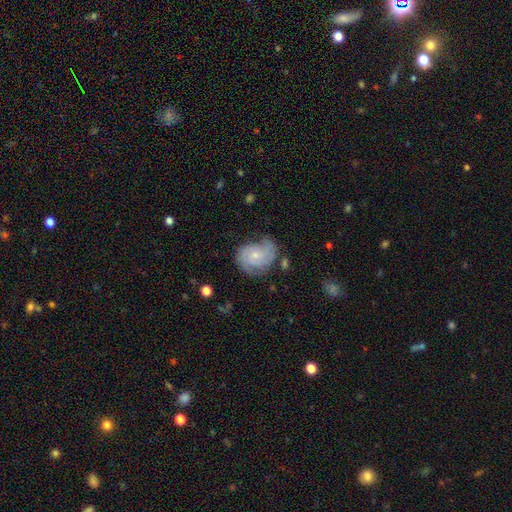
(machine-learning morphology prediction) A featured or disk galaxy (75%) with no bar (69%), 2 (45%) tight (51%) spiral arms (94%) and a small central bulge (69%). Merging: none (63%).